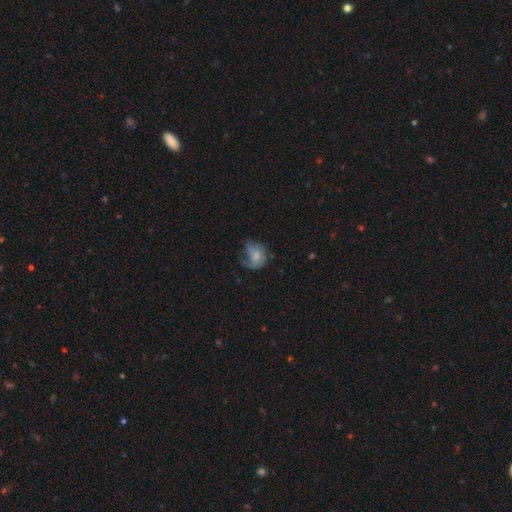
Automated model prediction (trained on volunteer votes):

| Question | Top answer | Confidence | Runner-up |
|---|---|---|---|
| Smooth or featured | smooth | 58% | featured or disk (33%) |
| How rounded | in between | 56% | round (43%) |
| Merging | none | 33% | tied: major disturbance (33%) |